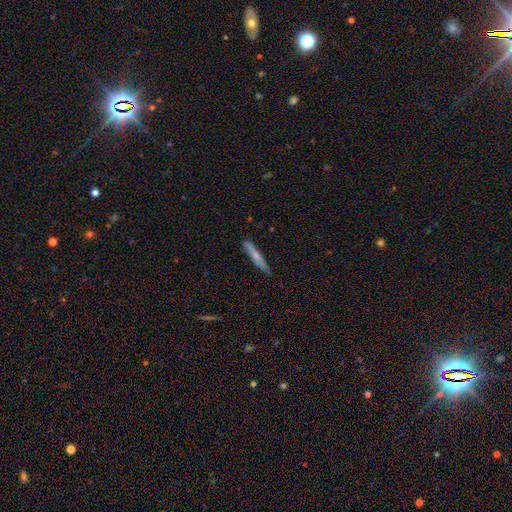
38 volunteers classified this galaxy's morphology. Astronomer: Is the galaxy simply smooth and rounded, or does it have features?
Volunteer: smooth — 74%.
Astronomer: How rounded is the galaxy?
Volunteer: cigar-shaped — 93%.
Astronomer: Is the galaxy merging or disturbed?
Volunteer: none — 67%.